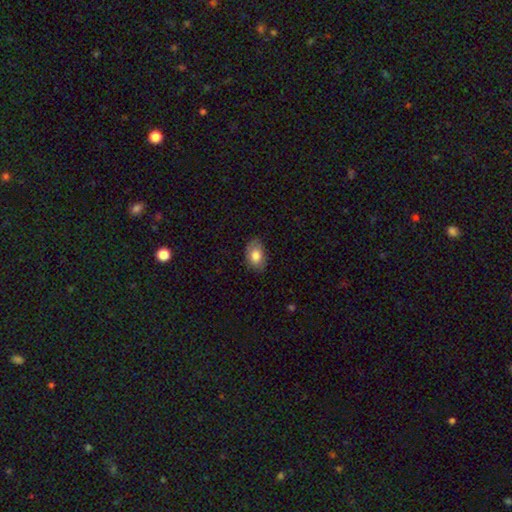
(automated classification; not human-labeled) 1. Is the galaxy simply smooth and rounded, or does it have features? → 80% smooth, 13% featured or disk, 7% star or artifact.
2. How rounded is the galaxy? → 87% in between, 11% round, 1% cigar-shaped.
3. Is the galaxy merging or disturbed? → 81% none, 15% minor disturbance, 3% major disturbance, 1% merger.